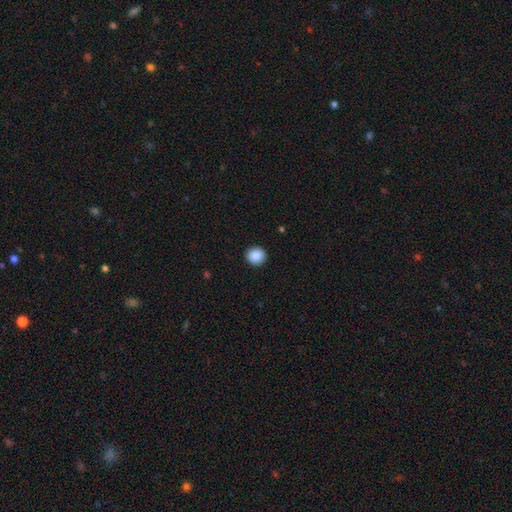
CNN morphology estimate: Smooth or featured? Predicted: smooth (p=0.89). How rounded? Predicted: round (p=0.92). Merging? Predicted: none (p=0.92).